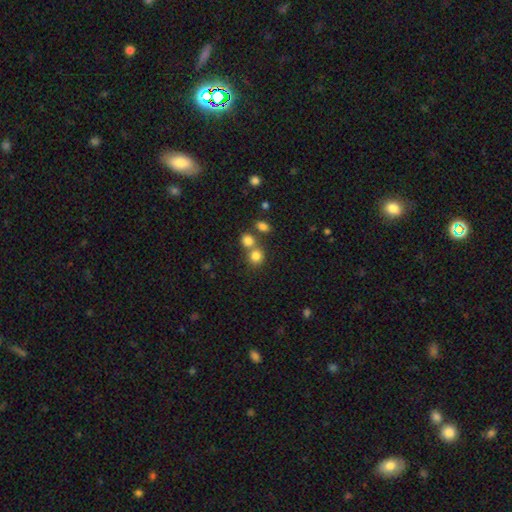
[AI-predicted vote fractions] Q: Smooth or featured?
A: smooth (80%); runner-up: star or artifact (13%)
Q: How rounded?
A: round (85%); runner-up: in between (14%)
Q: Merging?
A: none (56%); runner-up: merger (33%)